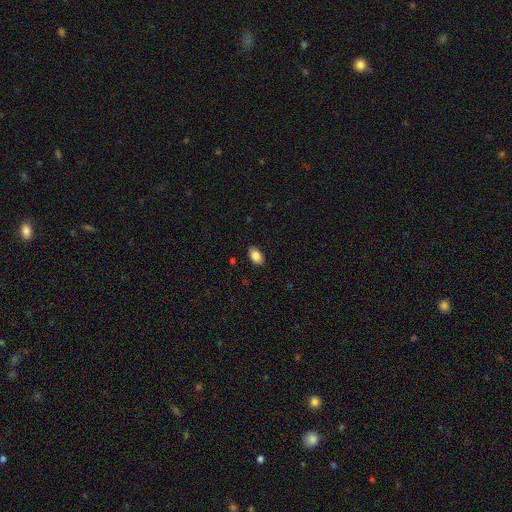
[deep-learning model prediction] Smooth or featured? smooth (86%)
How rounded? in between (92%)
Merging? none (87%)